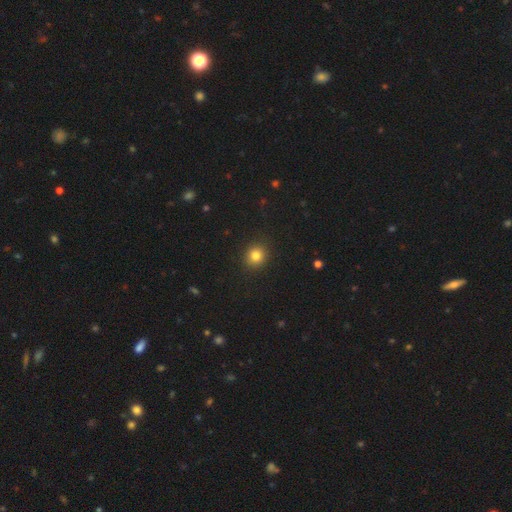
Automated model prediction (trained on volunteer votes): smooth_or_featured: smooth (p=0.81) [alt: star or artifact p=0.12]
how_rounded: round (p=0.85) [alt: in between p=0.14]
merging: none (p=0.91) [alt: minor disturbance p=0.06]